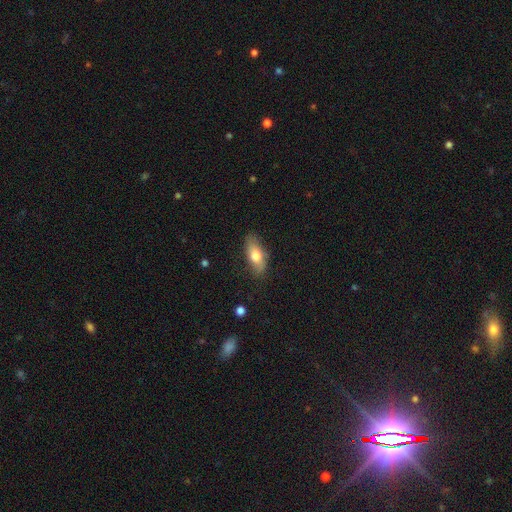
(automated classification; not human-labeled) Smooth or featured? Predicted: smooth (p=0.72). How rounded? Predicted: in between (p=0.78). Merging? Predicted: none (p=0.78).